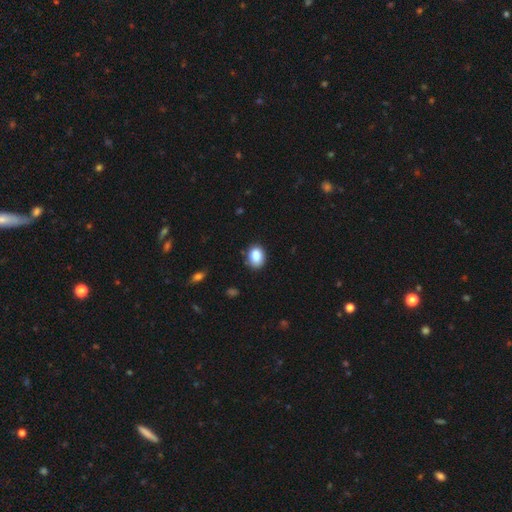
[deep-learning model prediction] A smooth galaxy with no disk features (85%) that is in between round and cigar-shaped (62%).

Vote fractions:
- Smooth or featured? smooth: 85% / star or artifact: 9% / featured or disk: 6%
- How rounded? in between: 62% / round: 37% / cigar-shaped: 1%
- Merging? none: 83% / minor disturbance: 13% / major disturbance: 2% / merger: 1%